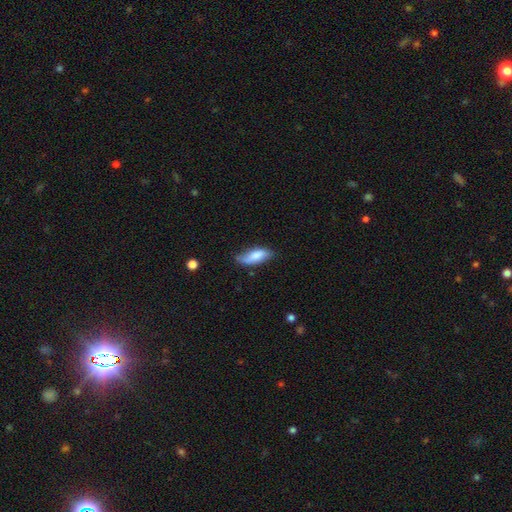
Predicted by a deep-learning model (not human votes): The model was most divided on "merging": none: 59%, minor disturbance: 32%, major disturbance: 6%, merger: 3%. More confident: how rounded — in between (75%); smooth or featured — smooth (72%).